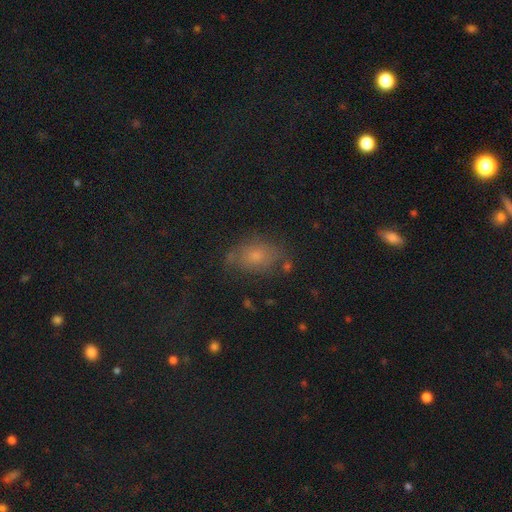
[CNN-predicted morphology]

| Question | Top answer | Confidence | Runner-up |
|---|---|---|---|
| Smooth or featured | smooth | 62% | star or artifact (21%) |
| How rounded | in between | 78% | round (20%) |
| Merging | none | 68% | minor disturbance (20%) |